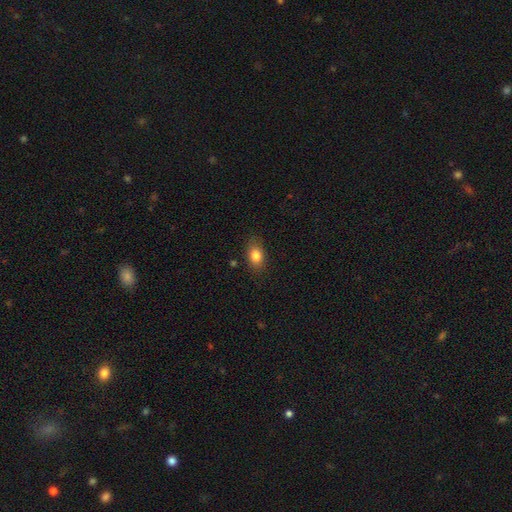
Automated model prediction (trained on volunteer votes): This is clearly a smooth galaxy (82%). How rounded: clearly in between (82%). Merging: clearly none (83%).